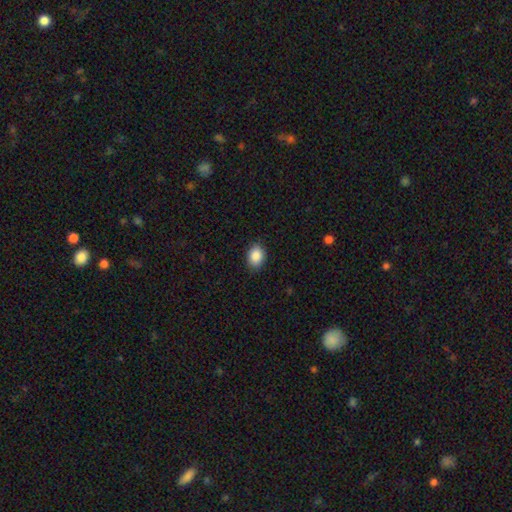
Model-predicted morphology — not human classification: Smooth or featured? smooth (89%)
How rounded? in between (71%)
Merging? none (86%)